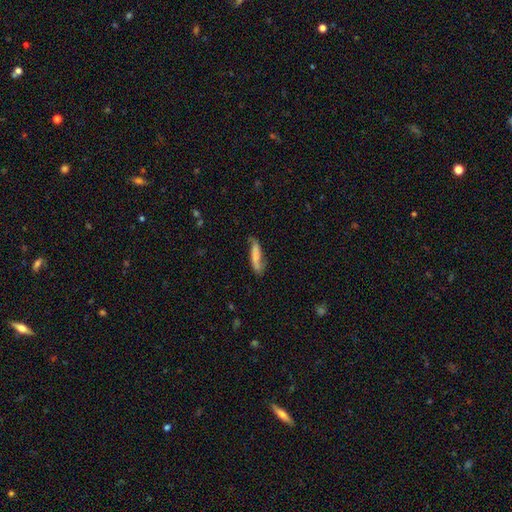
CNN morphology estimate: Smooth or featured?
  - smooth: 57% *
  - featured or disk: 36%
  - star or artifact: 7%
How rounded?
  - cigar-shaped: 72% *
  - in between: 26%
  - round: 2%
Merging?
  - none: 57% *
  - minor disturbance: 29%
  - major disturbance: 10%
  - merger: 4%